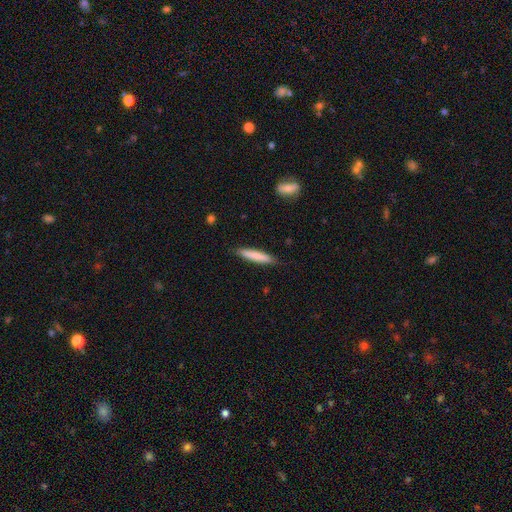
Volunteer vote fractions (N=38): This is clearly a smooth galaxy (89%). How rounded: likely cigar-shaped (79%). Merging: clearly none (92%).